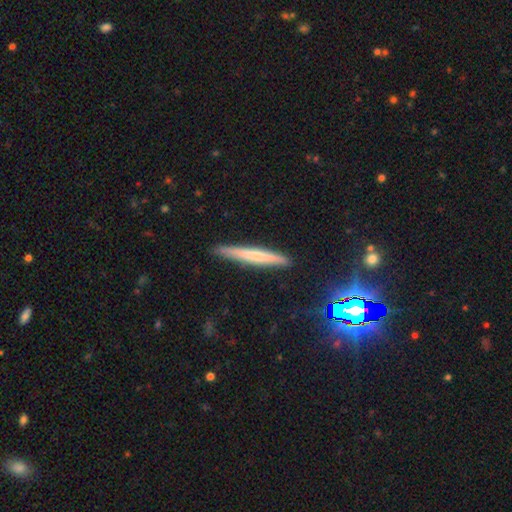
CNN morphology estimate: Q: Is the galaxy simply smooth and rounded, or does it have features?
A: smooth — 56%.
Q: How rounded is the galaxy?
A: cigar-shaped — 96%.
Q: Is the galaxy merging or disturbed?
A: none — 88%.